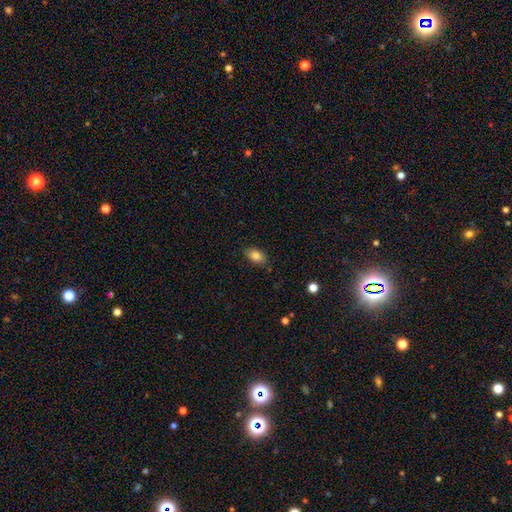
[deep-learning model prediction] Smooth or featured? Predicted: smooth (p=0.84). How rounded? Predicted: in between (p=0.87). Merging? Predicted: none (p=0.84).